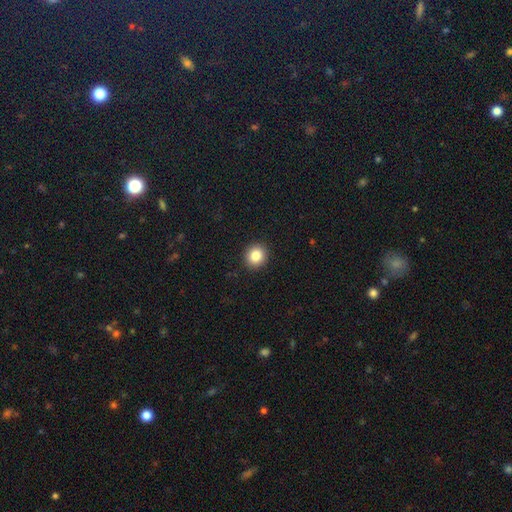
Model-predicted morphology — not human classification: smooth_or_featured: smooth (p=0.85) [alt: star or artifact p=0.10]
how_rounded: round (p=0.85) [alt: in between p=0.14]
merging: none (p=0.92) [alt: minor disturbance p=0.05]